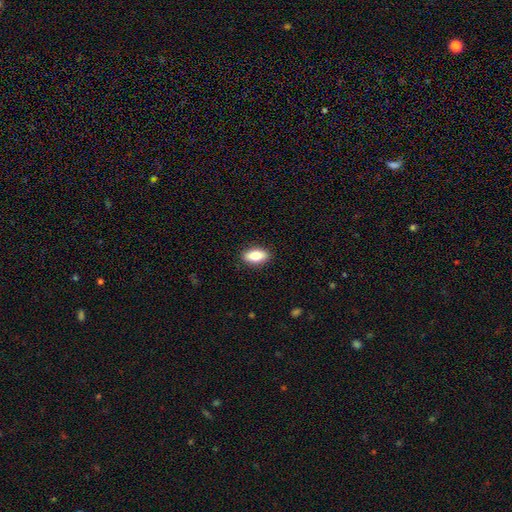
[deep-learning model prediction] A smooth galaxy with no disk features (83%) that is in between round and cigar-shaped (87%). Merging: none (89%).